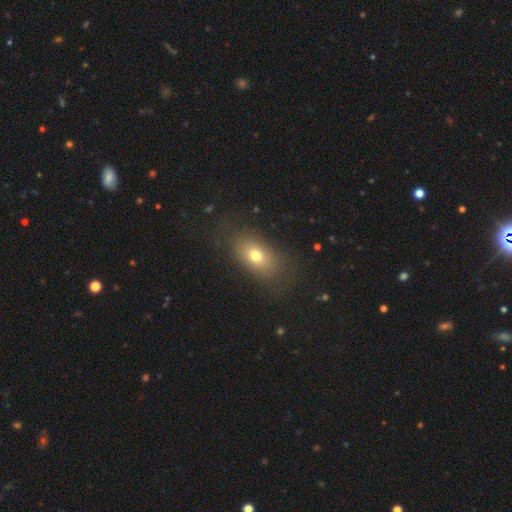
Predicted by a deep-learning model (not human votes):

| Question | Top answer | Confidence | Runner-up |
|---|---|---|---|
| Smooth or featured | smooth | 71% | featured or disk (17%) |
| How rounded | in between | 80% | round (15%) |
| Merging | none | 79% | minor disturbance (12%) |